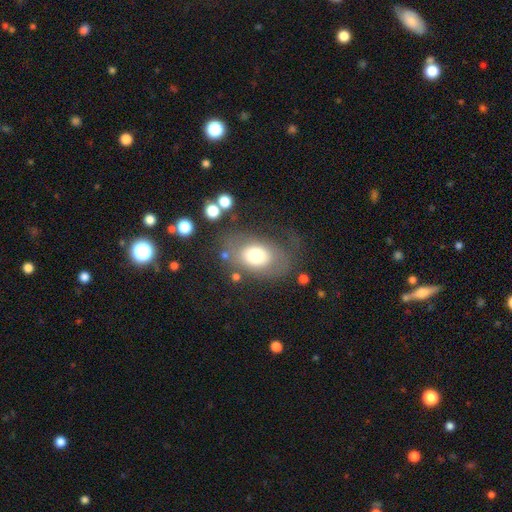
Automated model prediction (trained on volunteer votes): This appears to be a smooth galaxy with no disk features (63%) that is in between round and cigar-shaped (77%). Merging: none (58%).